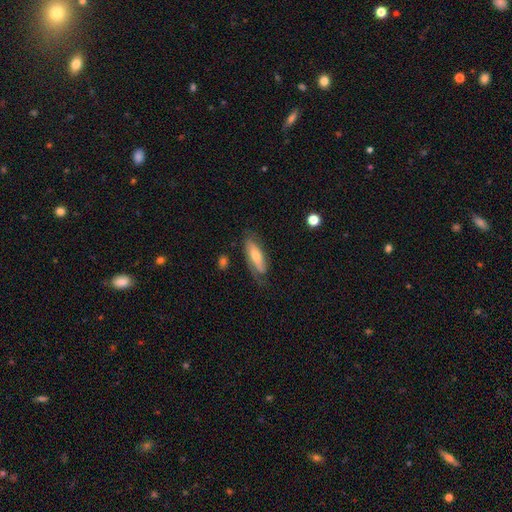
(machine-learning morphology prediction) smooth_or_featured: featured or disk (p=0.50) [alt: smooth p=0.43]
disk_edge_on: no (p=0.62) [alt: yes p=0.38]
merging: none (p=0.68) [alt: minor disturbance p=0.22]